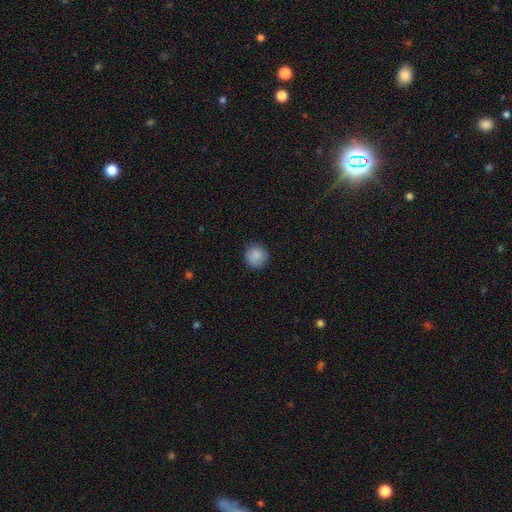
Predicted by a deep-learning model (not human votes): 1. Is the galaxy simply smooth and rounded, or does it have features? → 88% smooth, 8% star or artifact, 4% featured or disk.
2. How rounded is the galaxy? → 94% round, 5% in between, 1% cigar-shaped.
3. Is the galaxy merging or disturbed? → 88% none, 9% minor disturbance, 2% major disturbance, 1% merger.